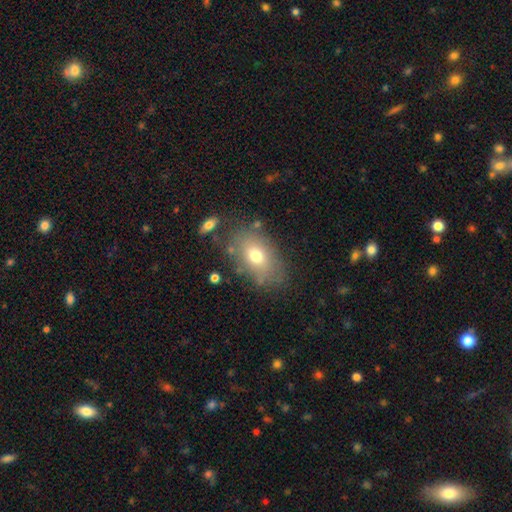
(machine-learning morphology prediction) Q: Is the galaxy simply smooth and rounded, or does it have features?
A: smooth — 66%.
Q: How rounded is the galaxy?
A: in between — 85%.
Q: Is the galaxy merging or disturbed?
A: none — 76%.